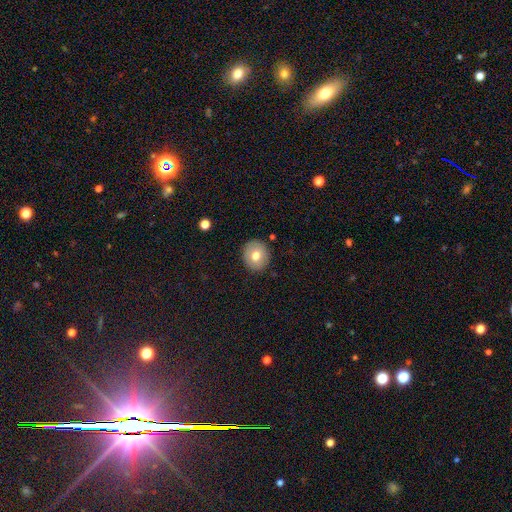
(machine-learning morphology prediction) smooth_or_featured: smooth (p=0.71) [alt: featured or disk p=0.20]
how_rounded: round (p=0.82) [alt: in between p=0.17]
merging: none (p=0.89) [alt: minor disturbance p=0.07]